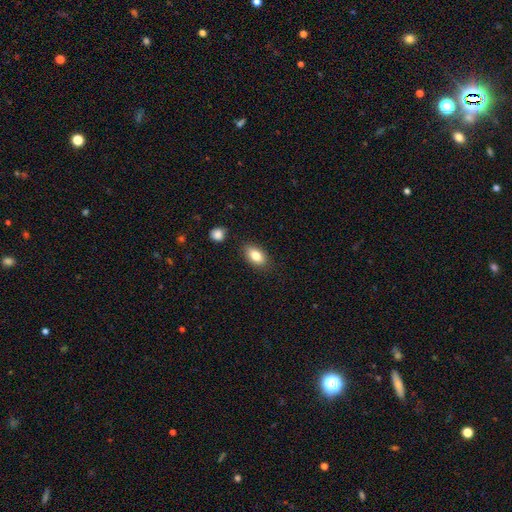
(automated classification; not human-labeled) This is clearly a smooth galaxy (83%). How rounded: clearly in between (89%). Merging: clearly none (85%).